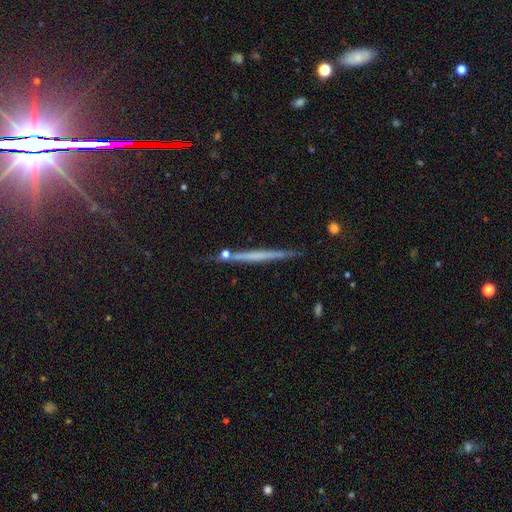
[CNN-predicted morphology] Smooth or featured: featured or disk — 54% (smooth — 35%)
Edge-on disk: yes — 97% (no — 3%)
Edge-on bulge: none — 84% (rounded — 10%)
Merging: none — 84% (minor disturbance — 11%)